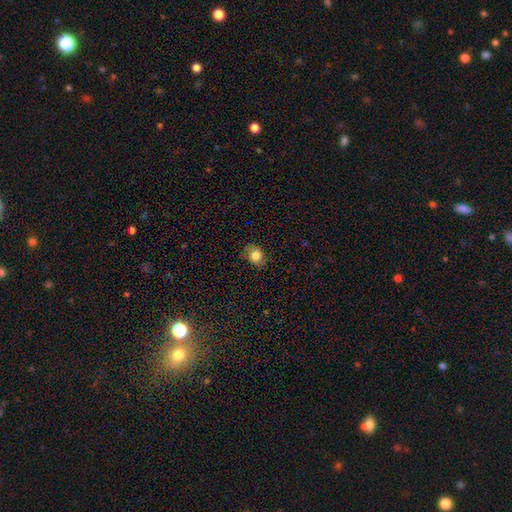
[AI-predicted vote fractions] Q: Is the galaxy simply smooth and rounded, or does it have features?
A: smooth — 81%.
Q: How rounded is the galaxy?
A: round — 58%.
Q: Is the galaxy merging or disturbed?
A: none — 74%.